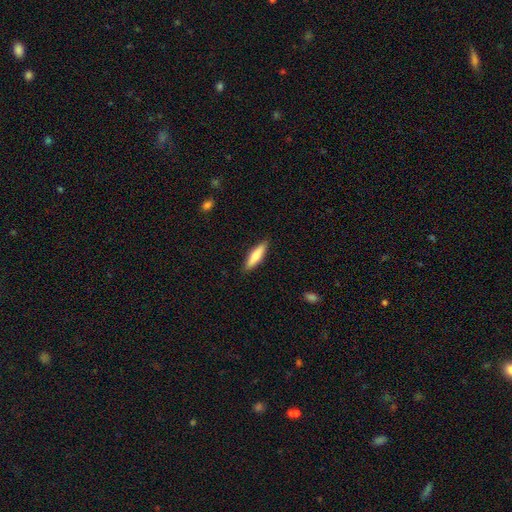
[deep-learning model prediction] Smooth or featured? smooth (76%)
How rounded? cigar-shaped (73%)
Merging? none (89%)